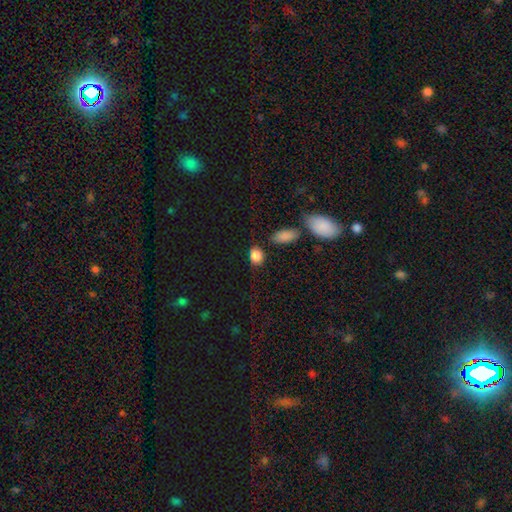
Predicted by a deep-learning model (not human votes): smooth-or-featured: smooth: 87% | star or artifact: 10% | featured or disk: 4%
  how-rounded: in between: 51% | round: 46% | cigar-shaped: 2%
  merging: none: 76% | minor disturbance: 14% | merger: 6% | major disturbance: 4%